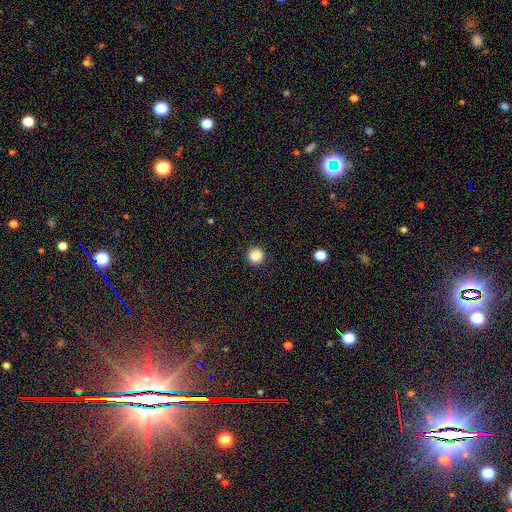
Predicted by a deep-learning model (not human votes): Smooth or featured? smooth (86%)
How rounded? round (95%)
Merging? none (92%)